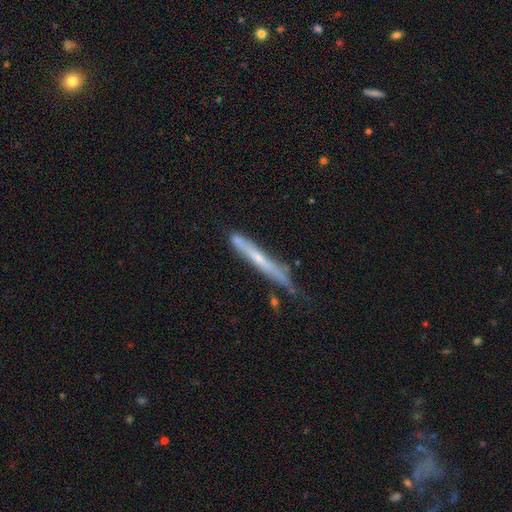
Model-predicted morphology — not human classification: Smooth or featured?
  - featured or disk: 54% *
  - smooth: 39%
  - star or artifact: 7%
Edge-on disk?
  - yes: 90% *
  - no: 10%
Merging?
  - none: 61% *
  - minor disturbance: 28%
  - major disturbance: 6%
  - merger: 5%